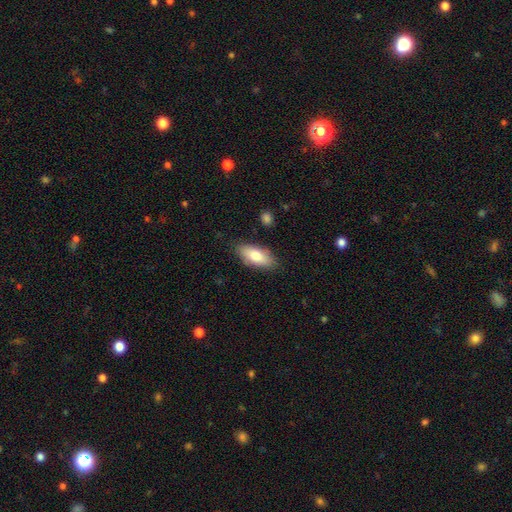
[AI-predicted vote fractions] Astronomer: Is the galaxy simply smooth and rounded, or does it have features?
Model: smooth — 78%.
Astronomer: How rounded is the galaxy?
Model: in between — 85%.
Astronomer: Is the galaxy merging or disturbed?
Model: none — 83%.